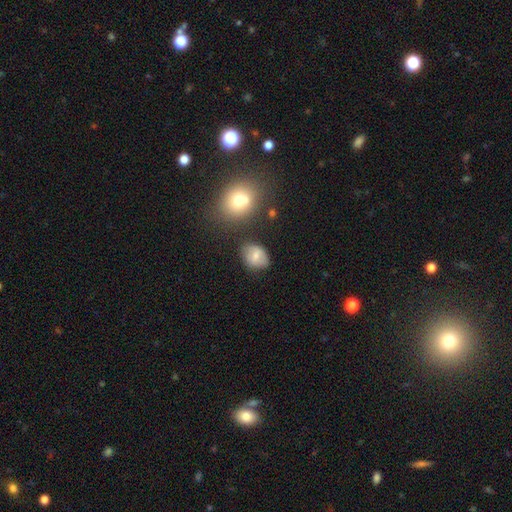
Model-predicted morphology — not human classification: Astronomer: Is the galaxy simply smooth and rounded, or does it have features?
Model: smooth — 70%.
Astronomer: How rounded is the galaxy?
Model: in between — 65%.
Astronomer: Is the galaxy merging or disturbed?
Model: none — 73%.